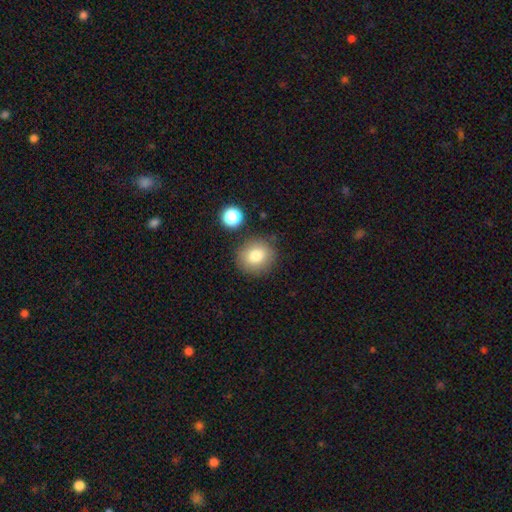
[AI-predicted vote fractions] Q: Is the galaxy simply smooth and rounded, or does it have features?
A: smooth — 80%.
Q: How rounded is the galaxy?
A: round — 86%.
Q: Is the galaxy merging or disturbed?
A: none — 83%.